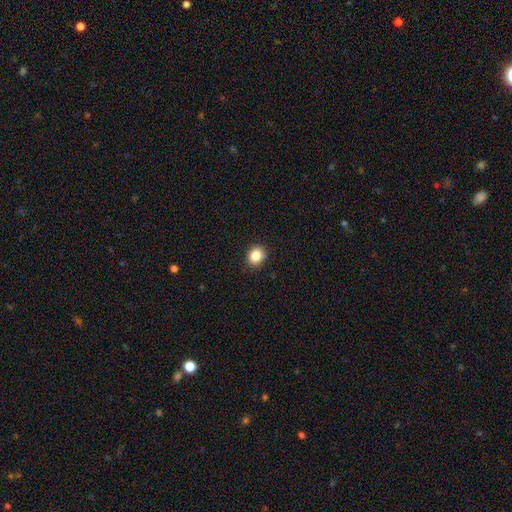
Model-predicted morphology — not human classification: Overall: smooth (85%). How rounded: round (67%; in between 32%). Merging: none (90%).